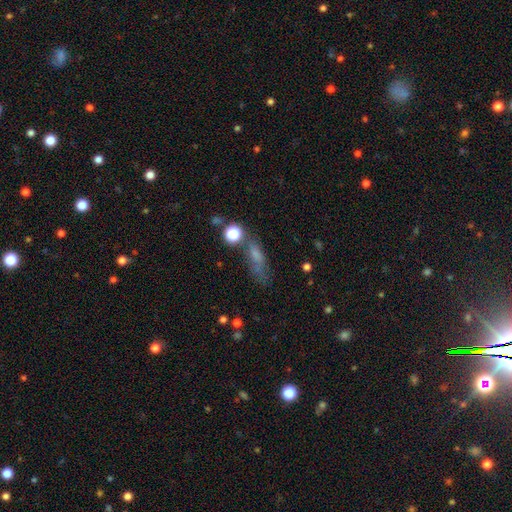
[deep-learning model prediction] smooth_or_featured: smooth (p=0.57) [alt: featured or disk p=0.22]
how_rounded: in between (p=0.45) [alt: cigar-shaped p=0.43]
merging: none (p=0.47) [alt: minor disturbance p=0.23]